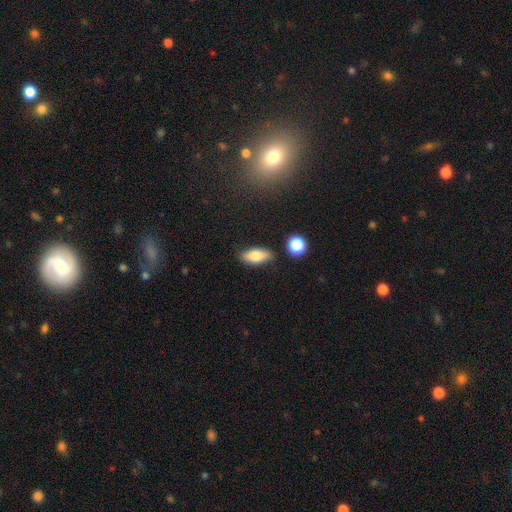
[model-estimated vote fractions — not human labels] smooth_or_featured: smooth (p=0.76) [alt: featured or disk p=0.16]
how_rounded: in between (p=0.81) [alt: cigar-shaped p=0.14]
merging: none (p=0.82) [alt: minor disturbance p=0.11]